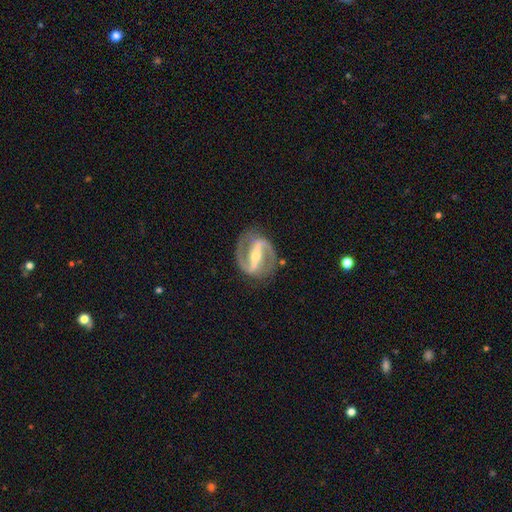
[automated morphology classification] This appears to be a featured or disk galaxy (92%) with a strong bar (79%), 2 (94%) medium (54%) spiral arms (96%) and a small central bulge (50%). Merging: none (84%).